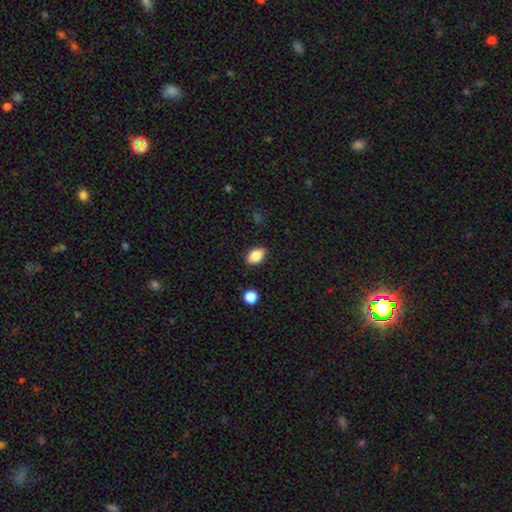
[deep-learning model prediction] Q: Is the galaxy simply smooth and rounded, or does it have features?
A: smooth — 85%.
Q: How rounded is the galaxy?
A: in between — 83%.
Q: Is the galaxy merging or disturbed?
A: none — 84%.